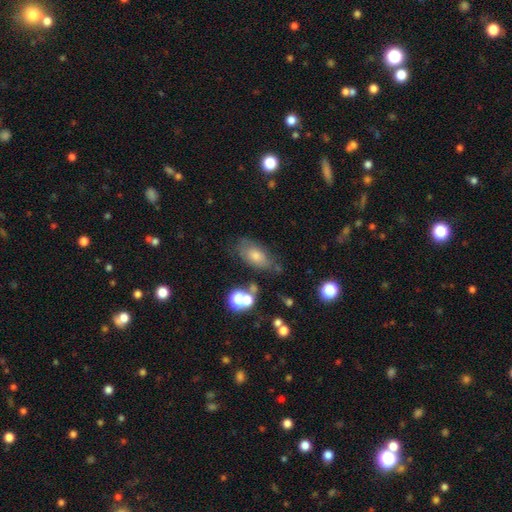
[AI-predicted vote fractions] A smooth galaxy with no disk features (62%) that is in between round and cigar-shaped (86%). Merging: none (62%).